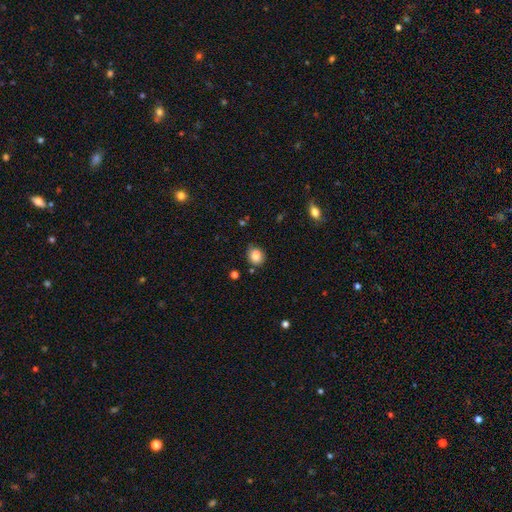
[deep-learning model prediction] Smooth or featured: smooth — 84% (star or artifact — 10%)
How rounded: round — 59% (in between — 40%)
Merging: none — 71% (minor disturbance — 22%)